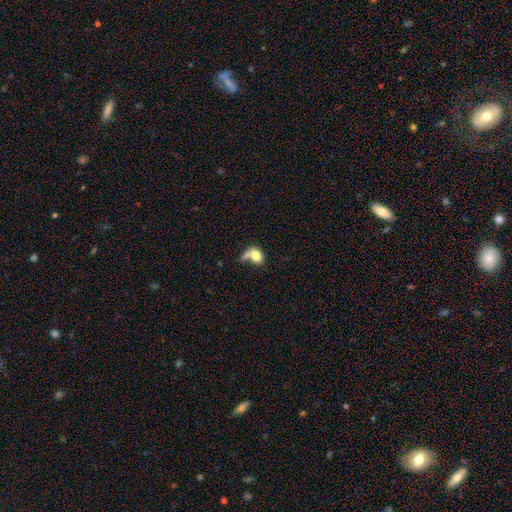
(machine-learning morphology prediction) The model was most divided on "merging": merger: 35%, none: 27%, major disturbance: 23%, minor disturbance: 16%. More confident: smooth or featured — smooth (73%); how rounded — in between (67%).